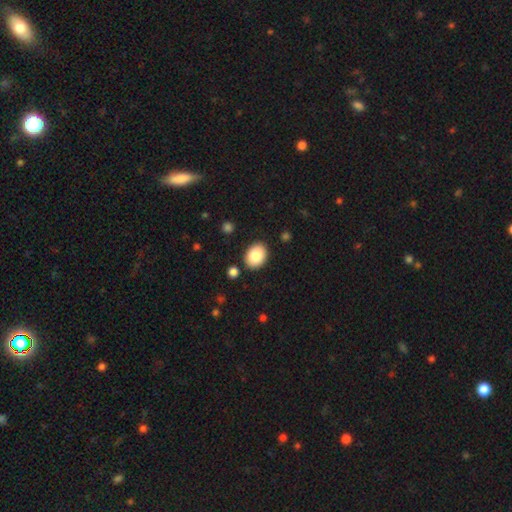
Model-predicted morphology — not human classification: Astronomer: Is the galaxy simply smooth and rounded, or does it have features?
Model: smooth — 87%.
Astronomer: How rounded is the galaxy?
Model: in between — 72%.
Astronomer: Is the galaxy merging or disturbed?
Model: none — 88%.